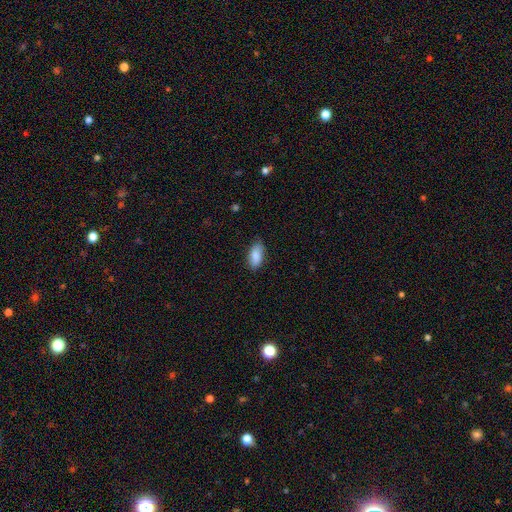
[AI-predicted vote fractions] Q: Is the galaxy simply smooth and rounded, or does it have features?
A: smooth — 88%.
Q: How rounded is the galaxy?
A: in between — 91%.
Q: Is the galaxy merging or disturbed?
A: none — 83%.